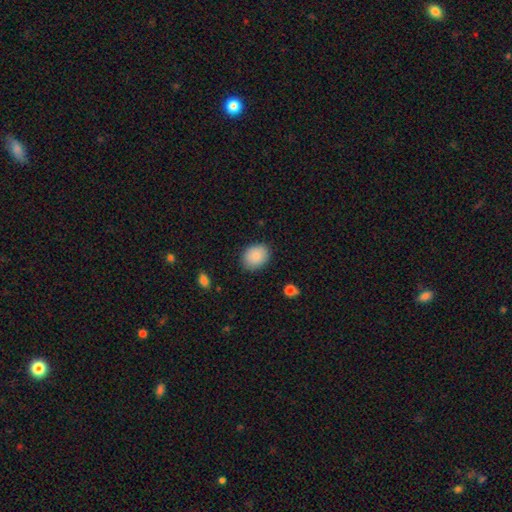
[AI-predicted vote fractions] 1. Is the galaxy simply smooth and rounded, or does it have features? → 88% smooth, 7% star or artifact, 5% featured or disk.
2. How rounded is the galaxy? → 52% in between, 47% round, 1% cigar-shaped.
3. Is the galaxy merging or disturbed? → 86% none, 10% minor disturbance, 3% major disturbance, 1% merger.